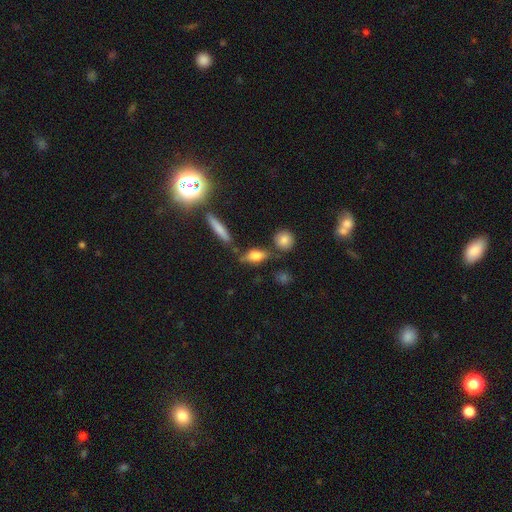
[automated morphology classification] A smooth galaxy with no disk features (71%) that is in between round and cigar-shaped (68%).

Vote fractions:
- Smooth or featured? smooth: 71% / featured or disk: 19% / star or artifact: 9%
- How rounded? in between: 68% / cigar-shaped: 23% / round: 9%
- Merging? none: 67% / minor disturbance: 17% / merger: 11% / major disturbance: 6%